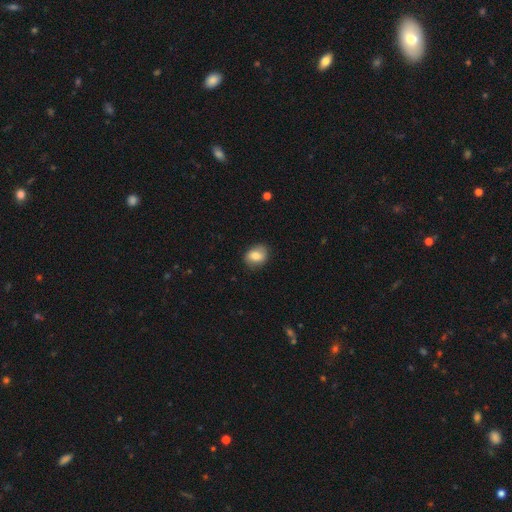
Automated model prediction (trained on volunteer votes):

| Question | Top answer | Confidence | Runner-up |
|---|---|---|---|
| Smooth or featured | smooth | 78% | featured or disk (14%) |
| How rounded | in between | 55% | round (43%) |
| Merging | none | 83% | minor disturbance (13%) |